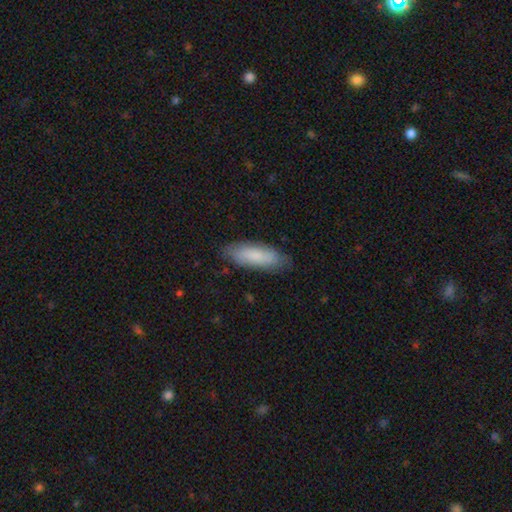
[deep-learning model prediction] The model was most divided on "how rounded": in between: 56%, cigar-shaped: 43%, round: 2%. More confident: merging — none (81%); smooth or featured — smooth (79%).